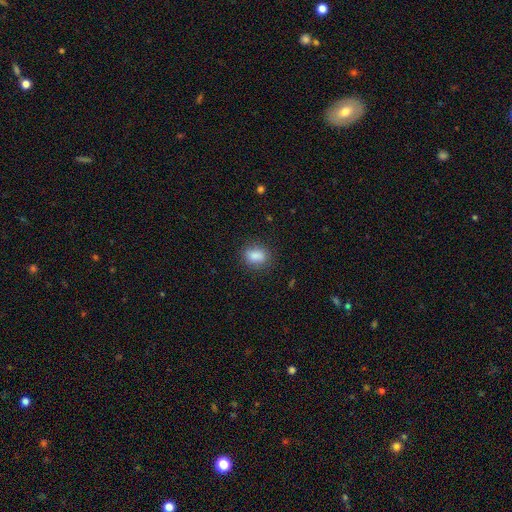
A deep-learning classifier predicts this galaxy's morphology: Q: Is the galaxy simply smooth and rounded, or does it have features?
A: smooth — 85%.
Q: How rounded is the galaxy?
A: in between — 65%.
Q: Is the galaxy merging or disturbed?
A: none — 79%.